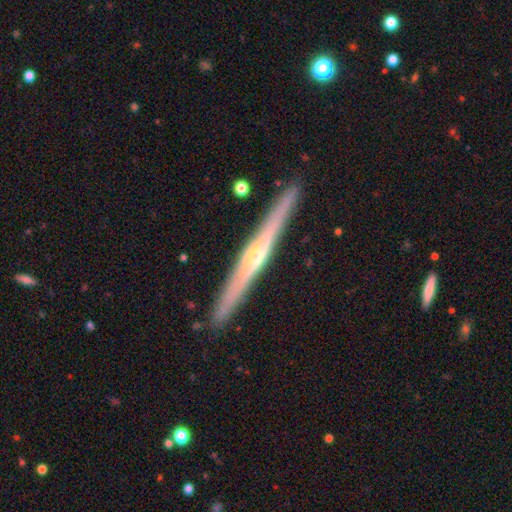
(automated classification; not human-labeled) smooth_or_featured: featured or disk (p=0.77) [alt: smooth p=0.17]
disk_edge_on: yes (p=0.97) [alt: no p=0.03]
edge_on_bulge: rounded (p=0.75) [alt: none p=0.21]
merging: none (p=0.92) [alt: minor disturbance p=0.06]